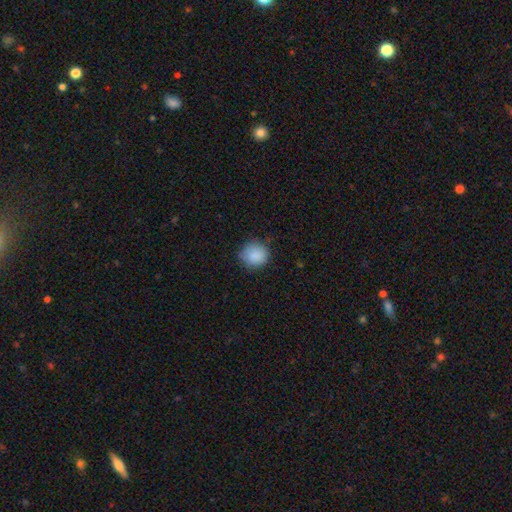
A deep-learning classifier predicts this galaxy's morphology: type=smooth (89%); roundness=round (85%); merging=none (81%).